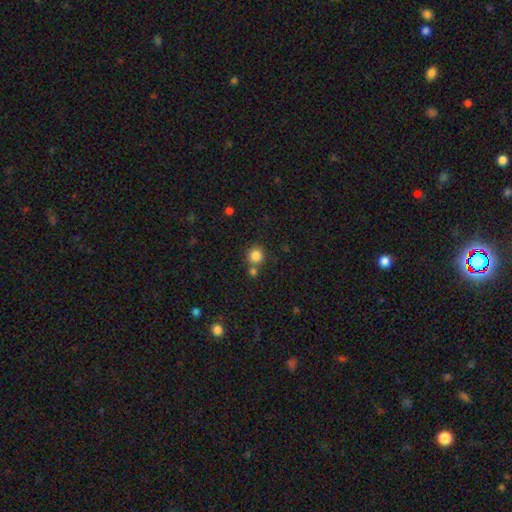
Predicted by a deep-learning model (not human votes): smooth-or-featured: smooth: 84% | star or artifact: 11% | featured or disk: 5%
  how-rounded: round: 92% | in between: 7% | cigar-shaped: 1%
  merging: none: 67% | merger: 22% | minor disturbance: 8% | major disturbance: 3%